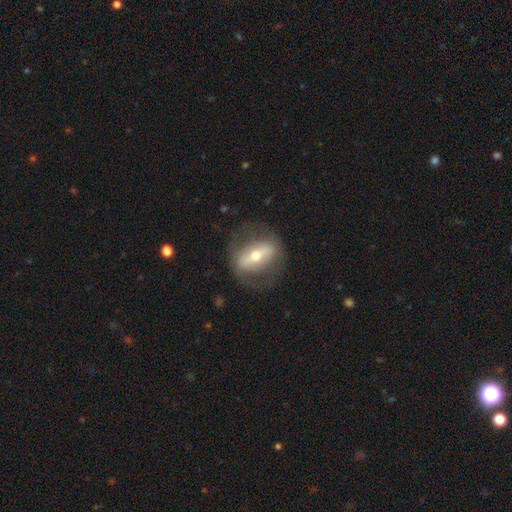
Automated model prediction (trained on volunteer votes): smooth-or-featured: featured or disk: 62% | smooth: 31% | star or artifact: 7%
  disk-edge-on: no: 76% | yes: 24%
  merging: none: 72% | minor disturbance: 16% | major disturbance: 11% | merger: 1%